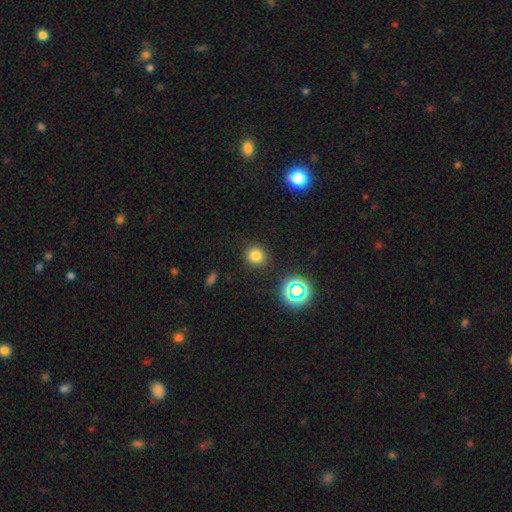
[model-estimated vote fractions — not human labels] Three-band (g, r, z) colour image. It shows a smooth galaxy with no disk features (75%) that is round (90%). Merging: none (89%).